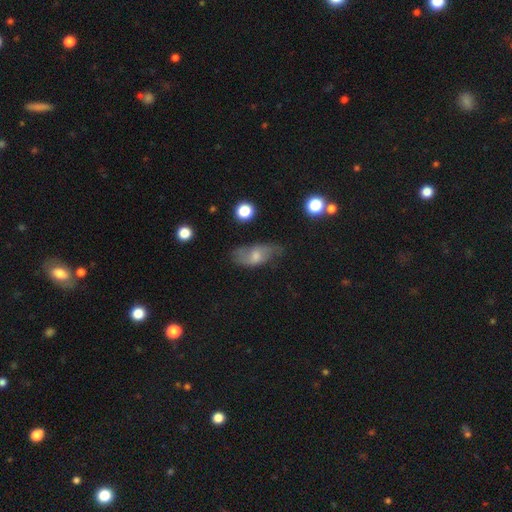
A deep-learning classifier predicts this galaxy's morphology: Smooth or featured? Predicted: featured or disk (p=0.48). Merging? Predicted: none (p=0.58).